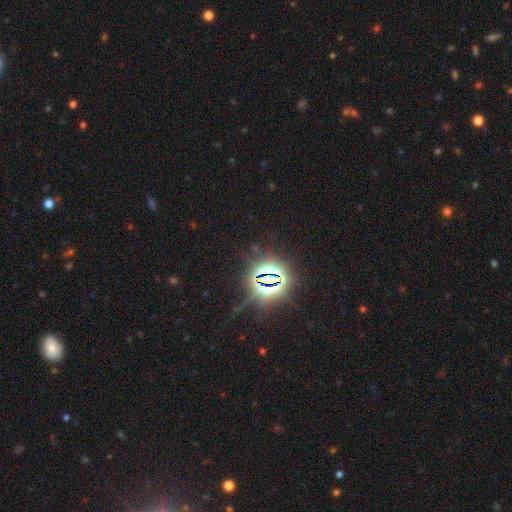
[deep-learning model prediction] Smooth or featured? Predicted: star or artifact (p=0.84).